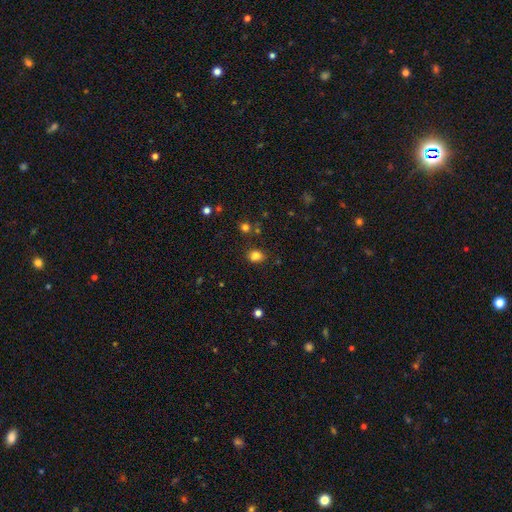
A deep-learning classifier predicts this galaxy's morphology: smooth 81%, star or artifact 13%, featured or disk 5%. Down the decision tree: how rounded — in between (54%); merging — none (81%).